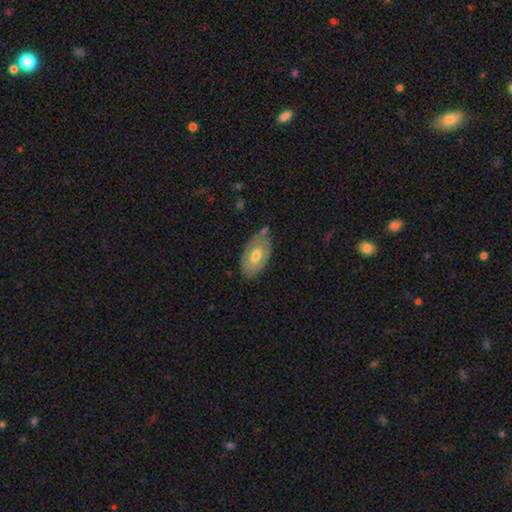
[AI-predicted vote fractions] This appears to be a smooth galaxy with no disk features (48%). Merging: none (66%).